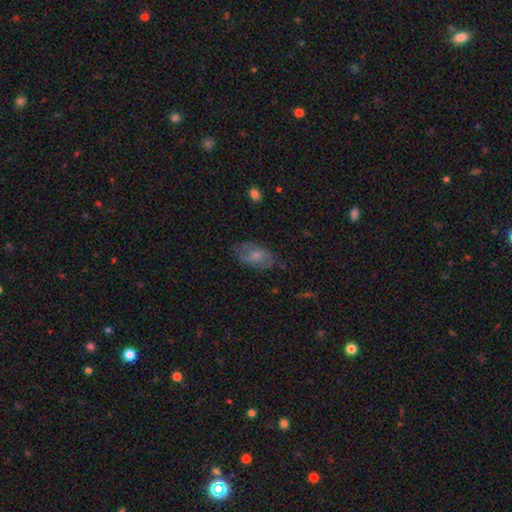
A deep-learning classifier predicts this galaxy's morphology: This is possibly a smooth galaxy (52%). How rounded: clearly in between (90%). Merging: likely none (67%).